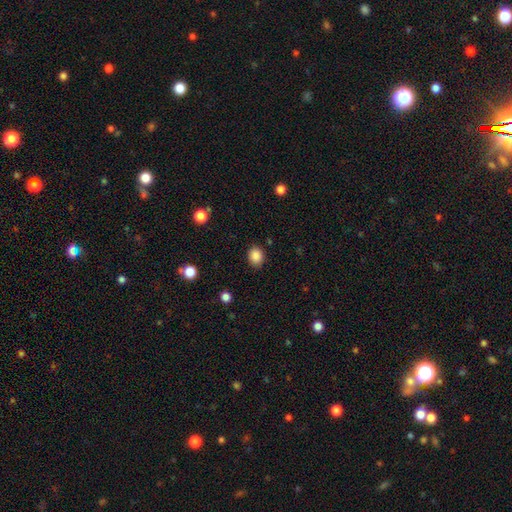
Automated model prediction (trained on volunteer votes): Smooth or featured? Predicted: smooth (p=0.87). How rounded? Predicted: round (p=0.58). Merging? Predicted: none (p=0.87).